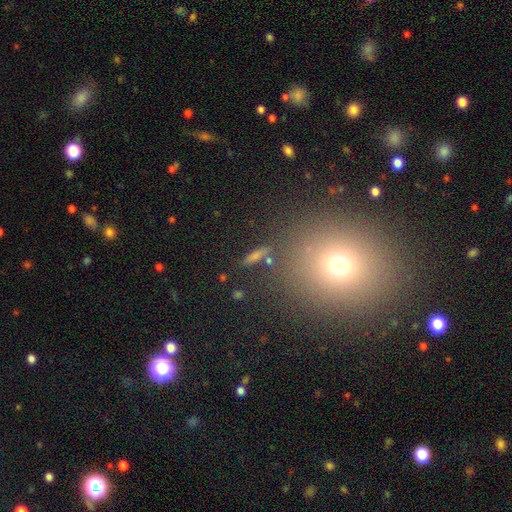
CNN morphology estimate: Smooth or featured? Predicted: smooth (p=0.58). How rounded? Predicted: round (p=0.75). Merging? Predicted: none (p=0.85).